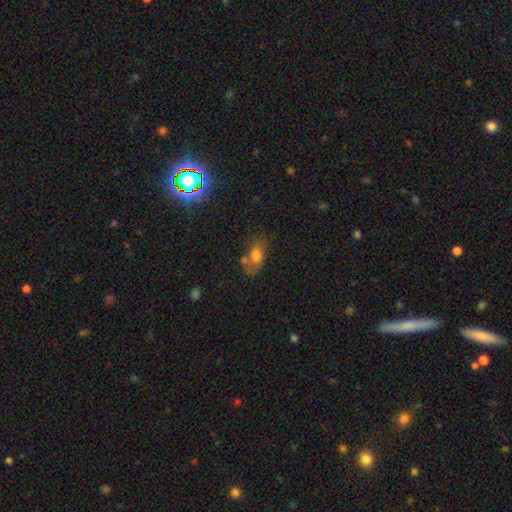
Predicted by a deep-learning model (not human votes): This is likely a smooth galaxy (65%). How rounded: clearly in between (81%). Merging: possibly none (46%).